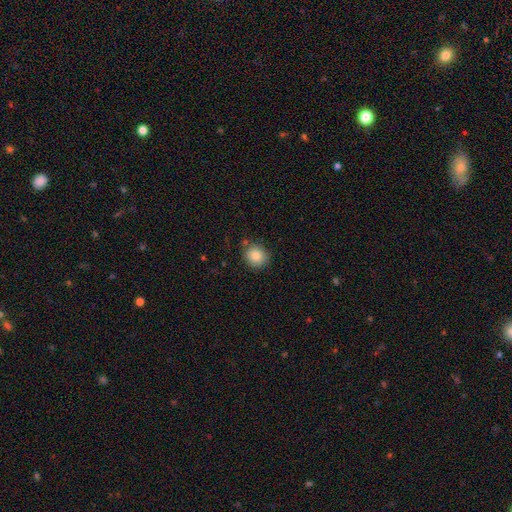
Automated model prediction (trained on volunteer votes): smooth 85%, star or artifact 9%, featured or disk 6%. Down the decision tree: how rounded — round (86%); merging — none (82%).